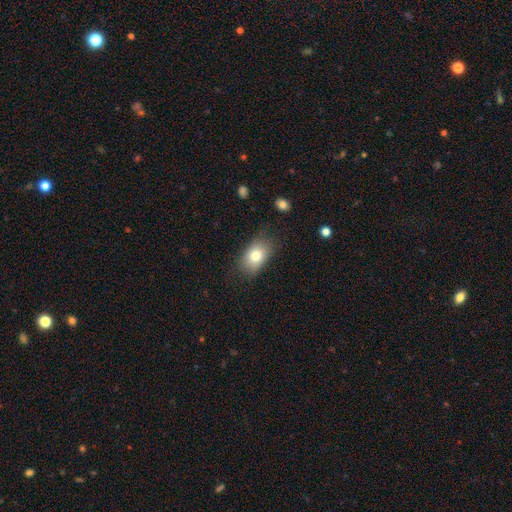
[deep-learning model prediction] smooth_or_featured: smooth (p=0.79) [alt: featured or disk p=0.13]
how_rounded: in between (p=0.84) [alt: round p=0.15]
merging: none (p=0.75) [alt: minor disturbance p=0.18]